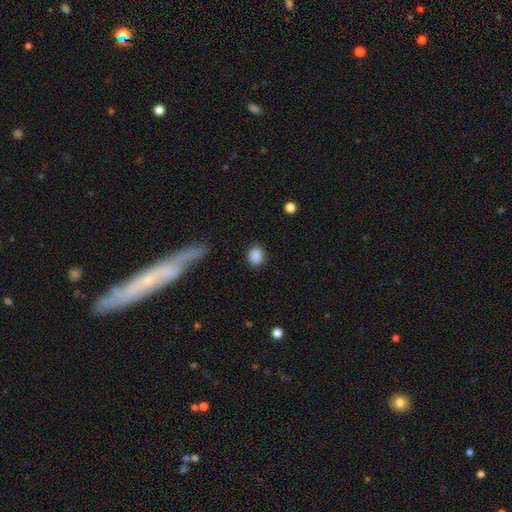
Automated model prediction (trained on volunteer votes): Q: Smooth or featured?
A: smooth (88%); runner-up: star or artifact (9%)
Q: How rounded?
A: round (66%); runner-up: in between (33%)
Q: Merging?
A: none (86%); runner-up: minor disturbance (9%)